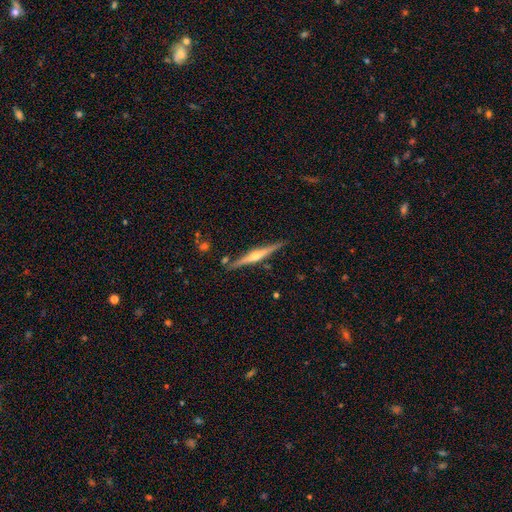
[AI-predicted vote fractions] This appears to be a featured or disk galaxy (76%) viewed edge-on (98%) with a rounded central bulge (87%). Merging: none (87%).